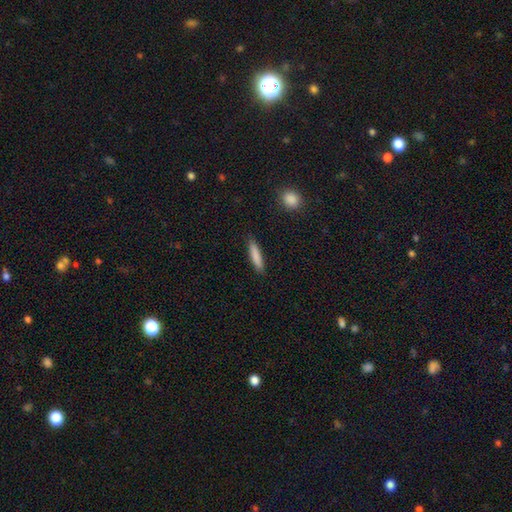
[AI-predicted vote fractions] Smooth or featured? Predicted: smooth (p=0.83). How rounded? Predicted: cigar-shaped (p=0.85). Merging? Predicted: none (p=0.87).